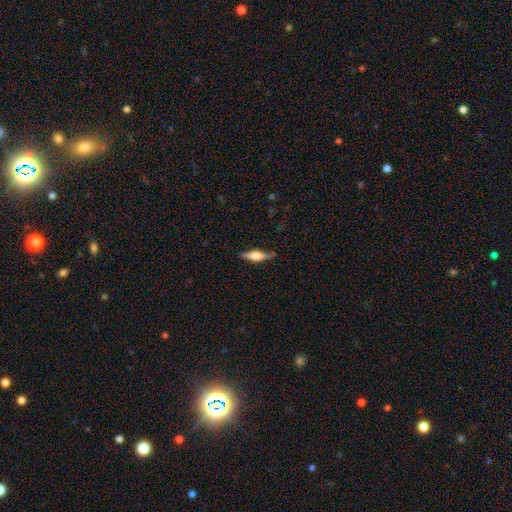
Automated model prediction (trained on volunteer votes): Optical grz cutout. It shows a featured or disk galaxy (54%) viewed edge-on (95%) with a rounded central bulge (84%). Merging: none (81%).